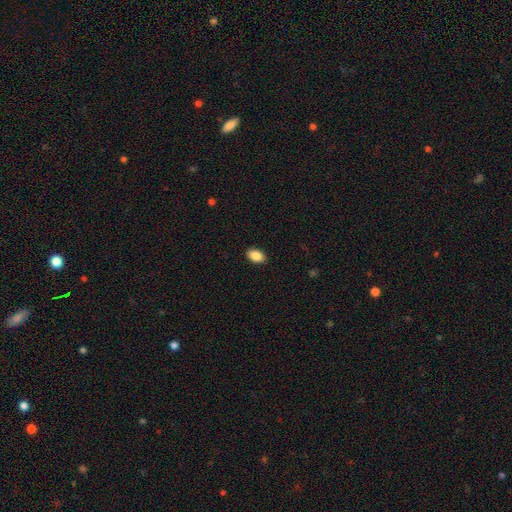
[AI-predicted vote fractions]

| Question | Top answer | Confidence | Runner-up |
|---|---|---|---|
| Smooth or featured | smooth | 88% | star or artifact (8%) |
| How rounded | in between | 90% | round (9%) |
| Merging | none | 89% | minor disturbance (8%) |